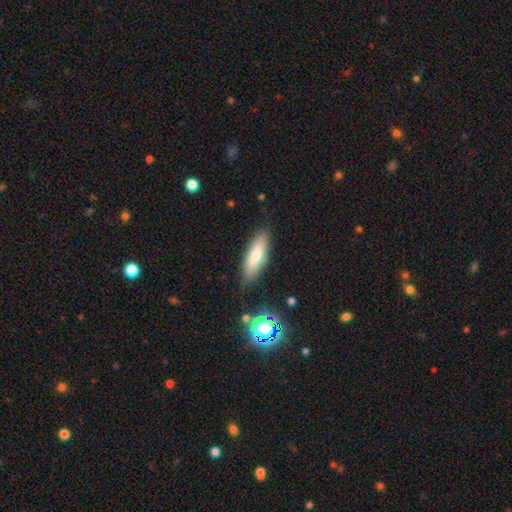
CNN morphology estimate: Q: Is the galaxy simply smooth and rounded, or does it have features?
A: smooth — 75%.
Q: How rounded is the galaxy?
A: in between — 51%.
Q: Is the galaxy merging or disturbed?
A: none — 82%.